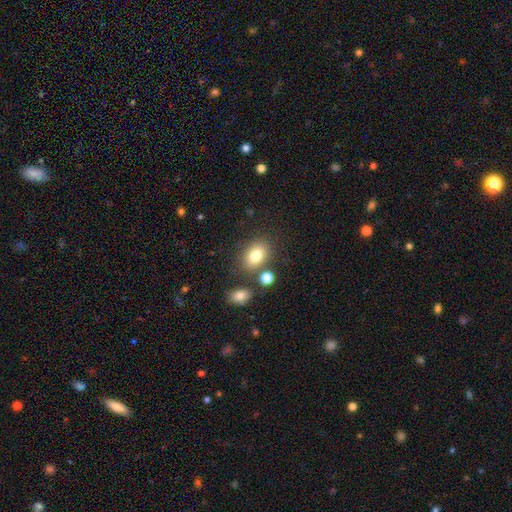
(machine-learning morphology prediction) Smooth or featured? Predicted: smooth (p=0.79). How rounded? Predicted: in between (p=0.73). Merging? Predicted: none (p=0.71).